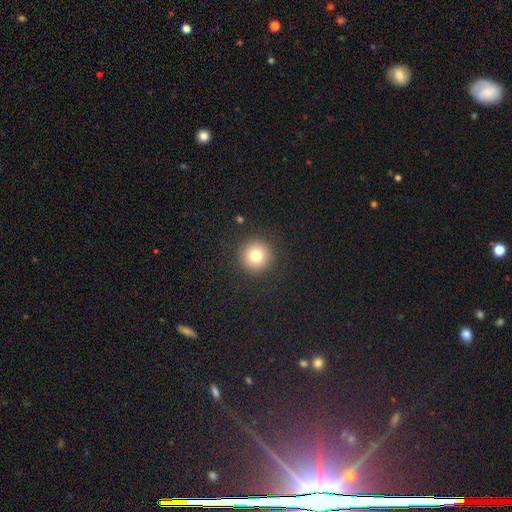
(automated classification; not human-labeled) smooth_or_featured: smooth (p=0.78) [alt: star or artifact p=0.13]
how_rounded: round (p=0.96) [alt: in between p=0.03]
merging: none (p=0.91) [alt: minor disturbance p=0.05]